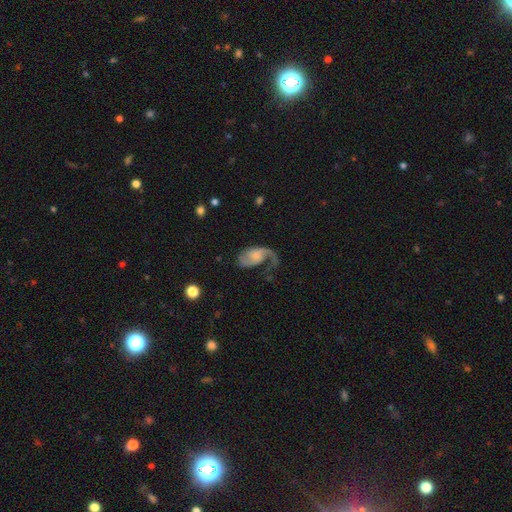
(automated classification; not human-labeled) Morphology: type=featured or disk (81%); edge-on=no (98%); bar=no (66%); spiral arms=yes (94%); winding=loose (53%); arm count=2 (59%); bulge=small (50%); merging=major disturbance (38%).